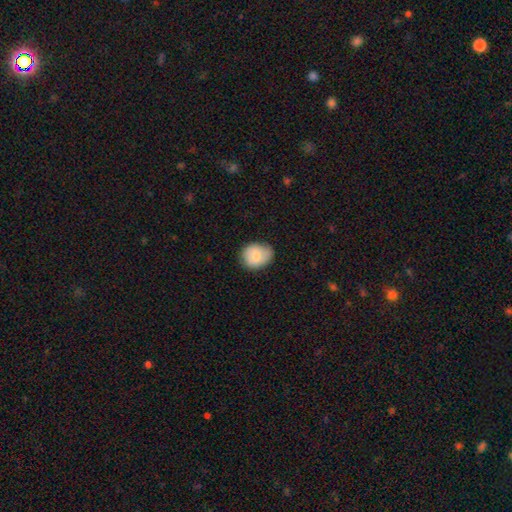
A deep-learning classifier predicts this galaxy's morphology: Smooth or featured? Predicted: smooth (p=0.77). How rounded? Predicted: round (p=0.65). Merging? Predicted: none (p=0.68).